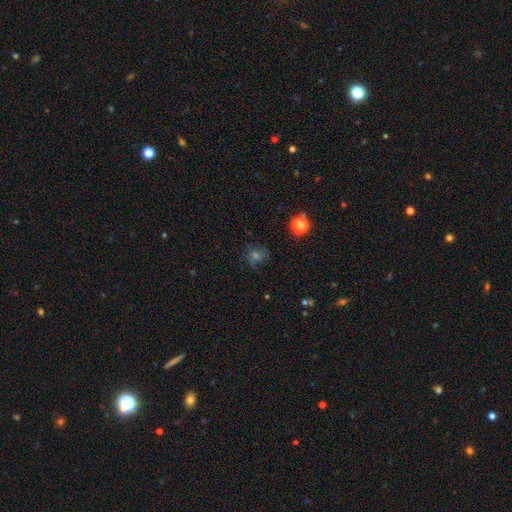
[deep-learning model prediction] Overall: smooth (38%; star or artifact 36%). Merging: none (71%).